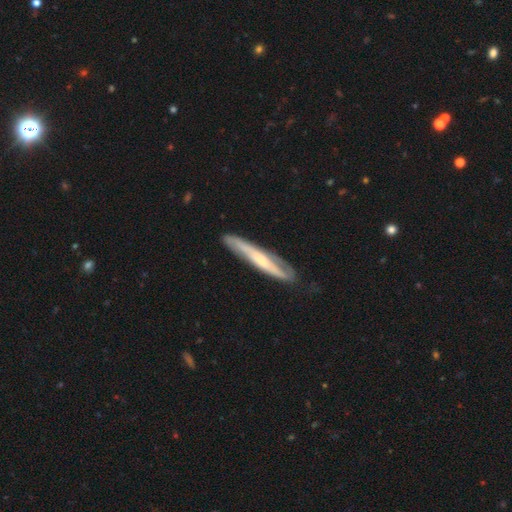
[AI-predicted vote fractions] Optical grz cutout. It shows a featured or disk galaxy (66%) viewed edge-on (69%). Merging: none (77%).